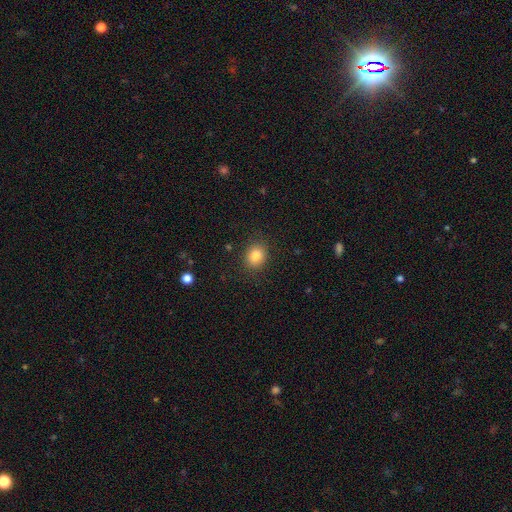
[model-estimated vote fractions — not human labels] The model was most divided on "how rounded": round: 67%, in between: 32%, cigar-shaped: 1%. More confident: merging — none (87%); smooth or featured — smooth (83%).